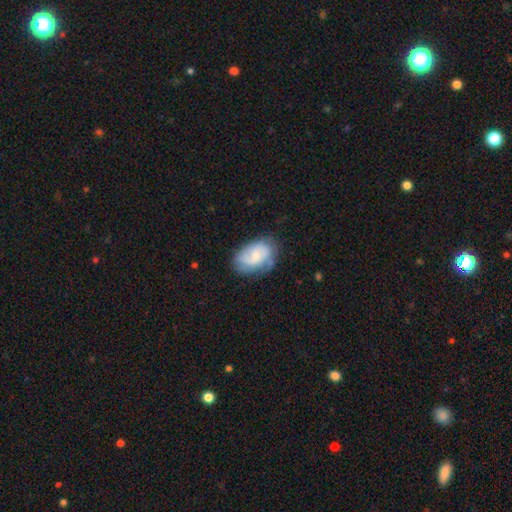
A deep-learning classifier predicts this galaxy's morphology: smooth-or-featured: featured or disk: 54% | smooth: 39% | star or artifact: 7%
  disk-edge-on: no: 96% | yes: 4%
    bar: no: 68% | weak: 27% | strong: 5%
    has-spiral-arms: yes: 77% | no: 23%
    bulge-size: small: 56% | moderate: 37% | none: 3% | large: 3% | dominant: 1%
  merging: none: 60% | minor disturbance: 27% | major disturbance: 11% | merger: 2%